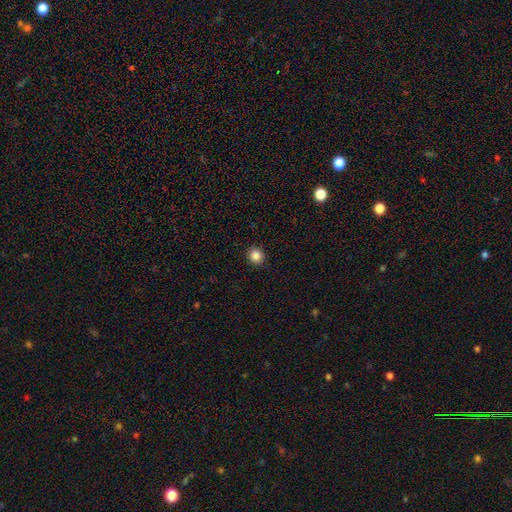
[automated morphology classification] The model was most divided on "smooth or featured": smooth: 85%, star or artifact: 11%, featured or disk: 4%. More confident: merging — none (92%); how rounded — round (89%).